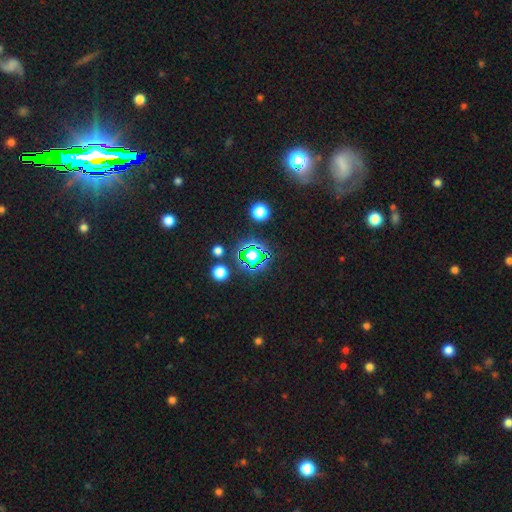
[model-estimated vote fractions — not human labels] smooth_or_featured: star or artifact (p=0.59) [alt: smooth p=0.30]